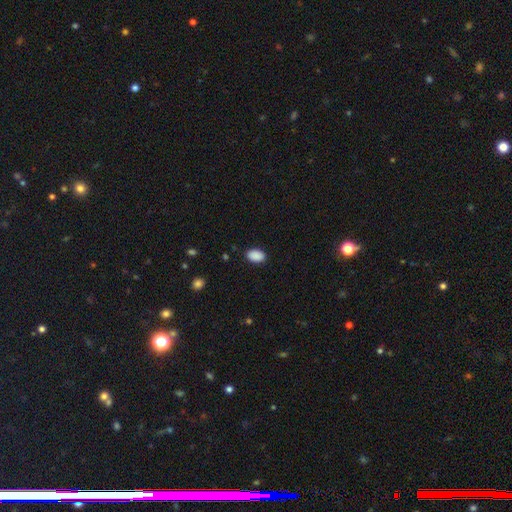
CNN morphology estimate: The model was most divided on "merging": none: 87%, minor disturbance: 9%, major disturbance: 2%, merger: 1%. More confident: how rounded — in between (91%); smooth or featured — smooth (90%).